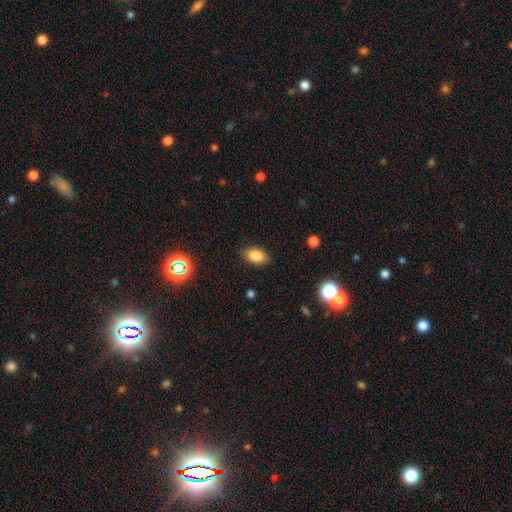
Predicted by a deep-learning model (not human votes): A smooth galaxy with no disk features (85%) that is in between round and cigar-shaped (91%).

Vote fractions:
- Smooth or featured? smooth: 85% / star or artifact: 9% / featured or disk: 6%
- How rounded? in between: 91% / round: 7% / cigar-shaped: 2%
- Merging? none: 87% / minor disturbance: 10% / major disturbance: 3% / merger: 1%